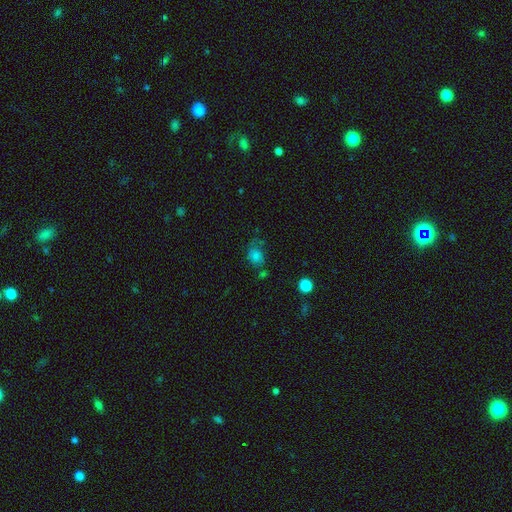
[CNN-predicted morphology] A smooth galaxy with no disk features (67%) that is in between round and cigar-shaped (55%).

Vote fractions:
- Smooth or featured? smooth: 67% / star or artifact: 16% / featured or disk: 16%
- How rounded? in between: 55% / round: 44% / cigar-shaped: 1%
- Merging? none: 44% / minor disturbance: 27% / major disturbance: 21% / merger: 8%